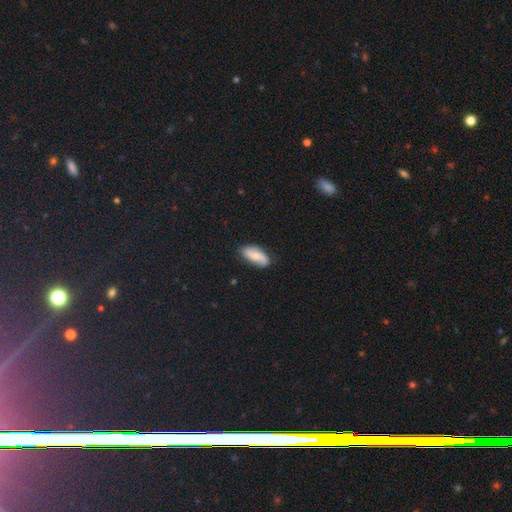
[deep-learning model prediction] A smooth galaxy with no disk features (63%) that is in between round and cigar-shaped (80%). Merging: none (75%).